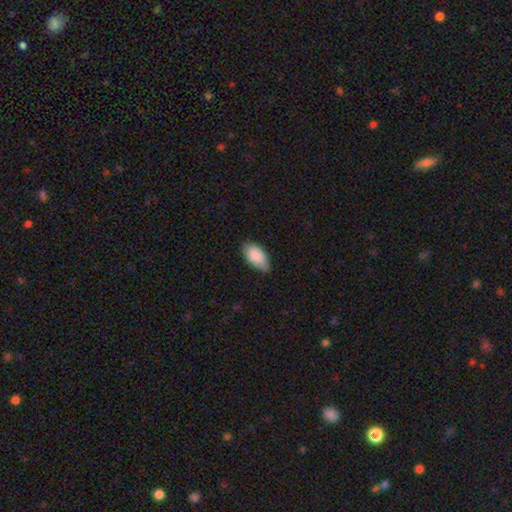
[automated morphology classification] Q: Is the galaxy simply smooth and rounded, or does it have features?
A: smooth — 89%.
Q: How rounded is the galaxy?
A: in between — 95%.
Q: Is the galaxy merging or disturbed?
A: none — 73%.